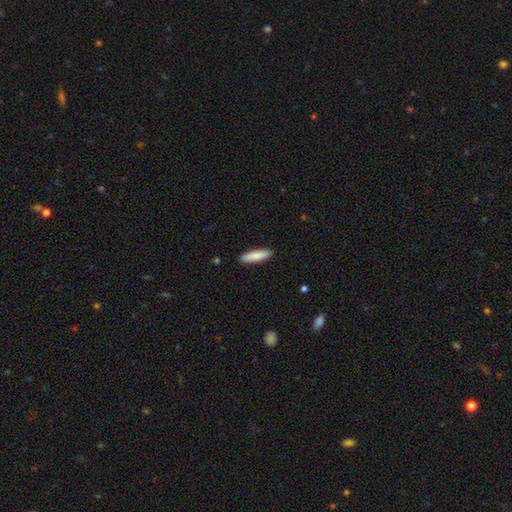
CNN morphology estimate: A smooth galaxy with no disk features (85%) that is cigar-shaped (71%).

Vote fractions:
- Smooth or featured? smooth: 85% / featured or disk: 9% / star or artifact: 5%
- How rounded? cigar-shaped: 71% / in between: 28% / round: 1%
- Merging? none: 90% / minor disturbance: 8% / major disturbance: 2% / merger: 1%